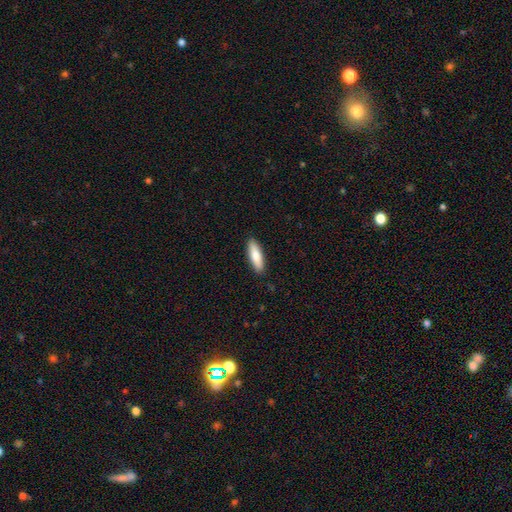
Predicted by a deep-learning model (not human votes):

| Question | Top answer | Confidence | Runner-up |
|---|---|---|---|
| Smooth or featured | smooth | 78% | featured or disk (17%) |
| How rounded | cigar-shaped | 56% | in between (43%) |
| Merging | none | 90% | minor disturbance (8%) |